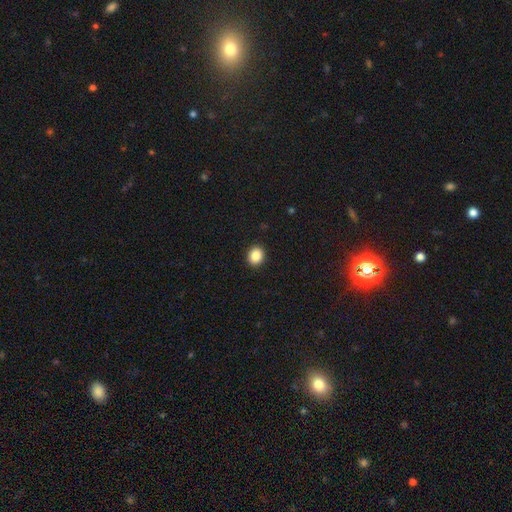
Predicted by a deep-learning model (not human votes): Smooth or featured?
  - smooth: 88% *
  - star or artifact: 9%
  - featured or disk: 3%
How rounded?
  - round: 62% *
  - in between: 37%
  - cigar-shaped: 1%
Merging?
  - none: 92% *
  - minor disturbance: 5%
  - major disturbance: 2%
  - merger: 1%